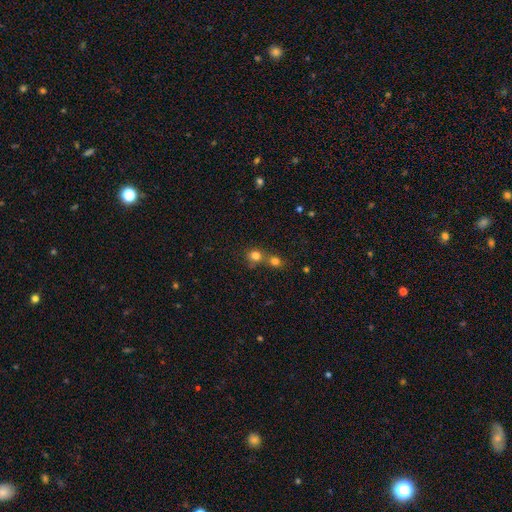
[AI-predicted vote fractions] A smooth galaxy with no disk features (78%) that is round (83%). Merging: none (47%).